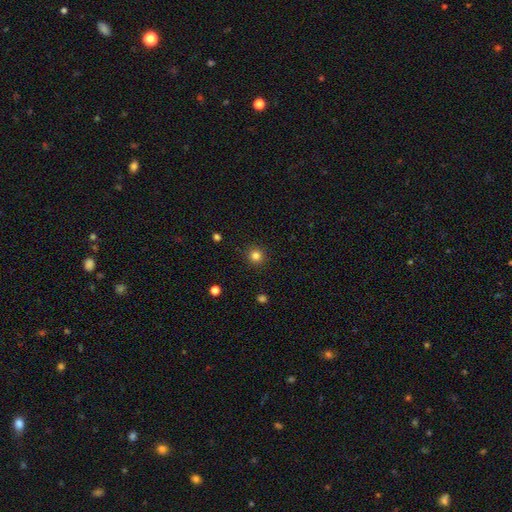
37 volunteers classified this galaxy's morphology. Q: Smooth or featured?
A: smooth (86%); runner-up: star or artifact (8%)
Q: How rounded?
A: round (100%)
Q: Merging?
A: none (94%); runner-up: minor disturbance (3%)